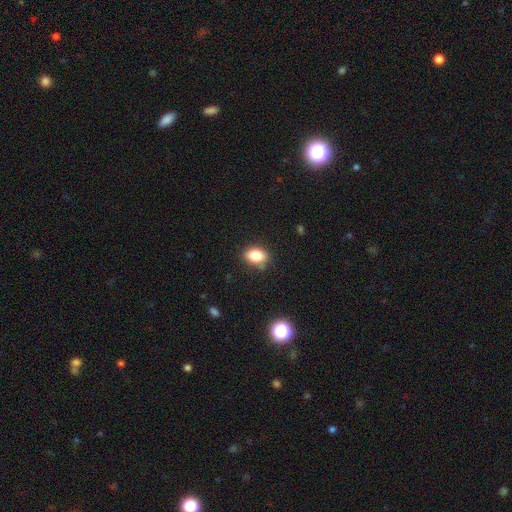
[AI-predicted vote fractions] The model was most divided on "how rounded": in between: 78%, round: 20%, cigar-shaped: 2%. More confident: smooth or featured — smooth (82%); merging — none (80%).